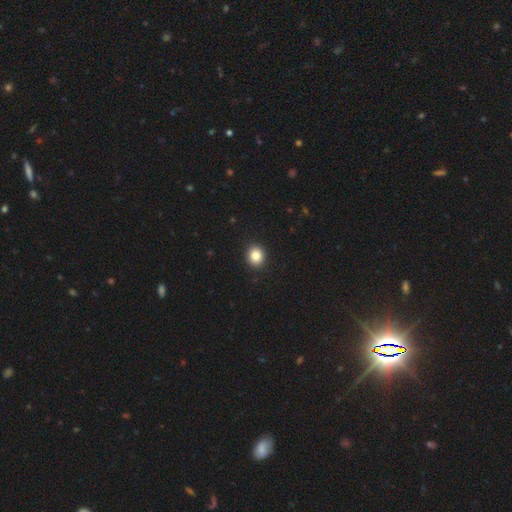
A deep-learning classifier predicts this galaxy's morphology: A smooth galaxy with no disk features (85%) that is round (77%). Merging: none (92%).